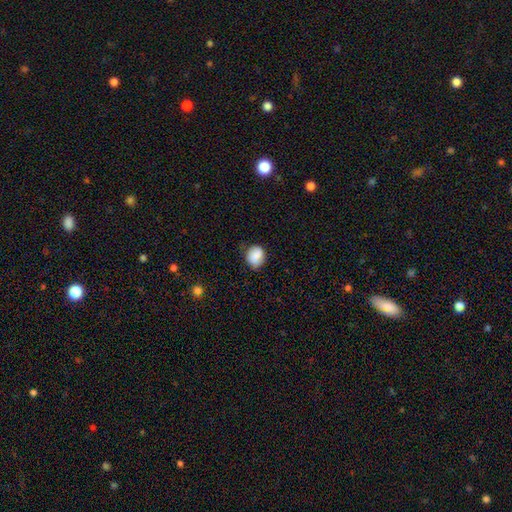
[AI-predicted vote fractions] A smooth galaxy with no disk features (82%) that is round (59%). Merging: none (70%).